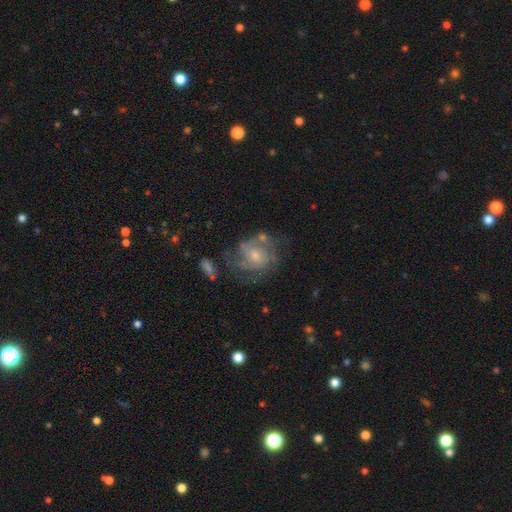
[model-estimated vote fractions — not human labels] Q: Smooth or featured?
A: featured or disk (79%); runner-up: smooth (12%)
Q: Edge-on disk?
A: no (98%); runner-up: yes (2%)
Q: Bar?
A: no (64%); runner-up: weak (31%)
Q: Spiral arms?
A: yes (90%); runner-up: no (10%)
Q: Spiral winding?
A: tight (45%); runner-up: medium (42%)
Q: Spiral arm count?
A: can't tell (31%); runner-up: 2 (26%)
Q: Bulge size?
A: small (51%); runner-up: moderate (42%)
Q: Merging?
A: none (61%); runner-up: minor disturbance (19%)